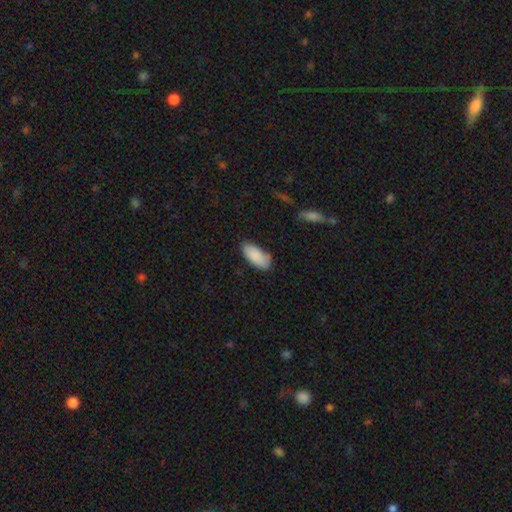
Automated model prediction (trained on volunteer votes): This is clearly a smooth galaxy (89%). How rounded: clearly in between (91%). Merging: likely none (79%).